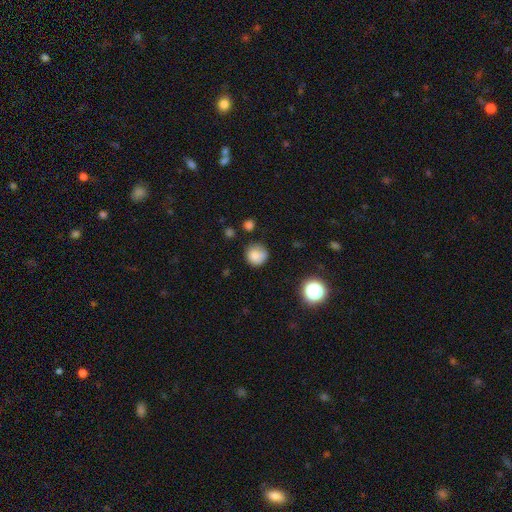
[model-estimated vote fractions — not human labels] Morphology: type=smooth (80%); roundness=round (89%); merging=none (66%).